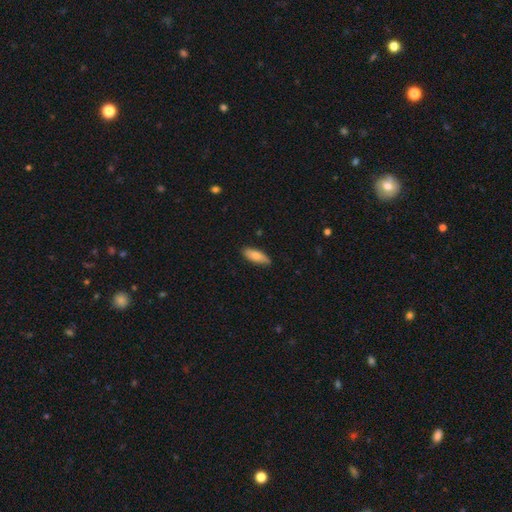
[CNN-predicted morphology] smooth_or_featured: smooth (p=0.81) [alt: featured or disk p=0.13]
how_rounded: in between (p=0.66) [alt: cigar-shaped p=0.32]
merging: none (p=0.79) [alt: minor disturbance p=0.17]